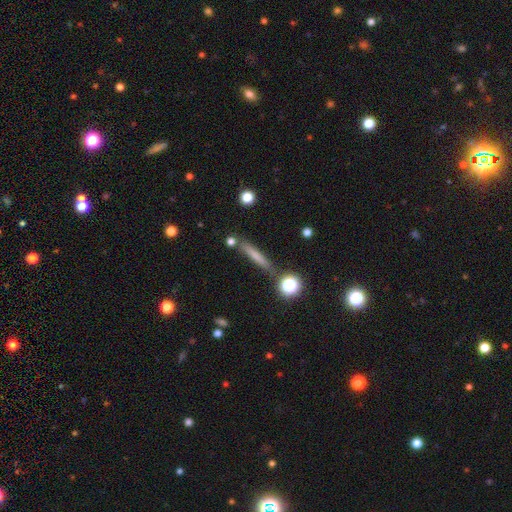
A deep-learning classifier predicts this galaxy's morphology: This appears to be a smooth galaxy with no disk features (63%) that is cigar-shaped (91%). Merging: none (79%).